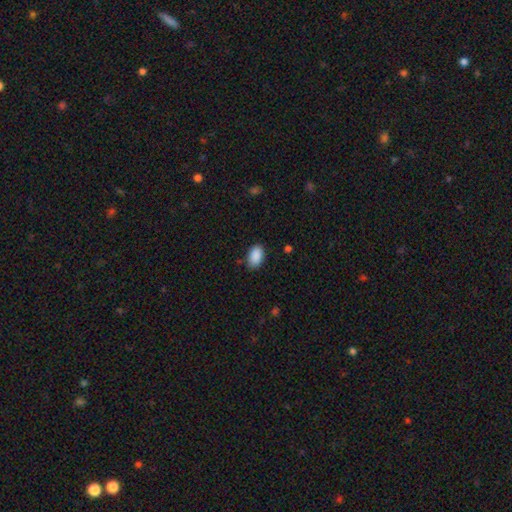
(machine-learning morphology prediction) smooth_or_featured: smooth (p=0.90) [alt: star or artifact p=0.07]
how_rounded: in between (p=0.92) [alt: round p=0.07]
merging: none (p=0.83) [alt: minor disturbance p=0.13]